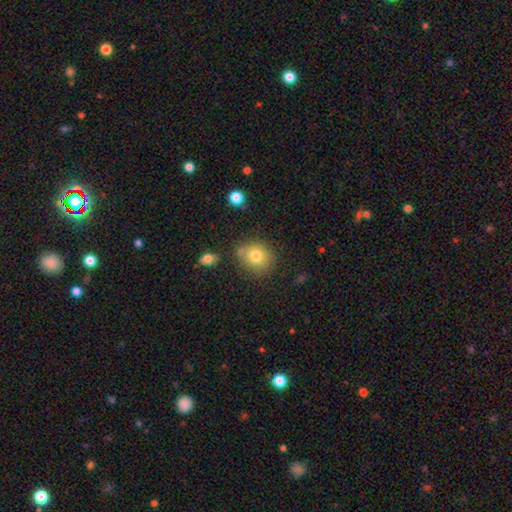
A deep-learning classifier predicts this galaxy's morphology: Q: Smooth or featured?
A: smooth (78%); runner-up: featured or disk (11%)
Q: How rounded?
A: round (73%); runner-up: in between (26%)
Q: Merging?
A: none (73%); runner-up: minor disturbance (15%)